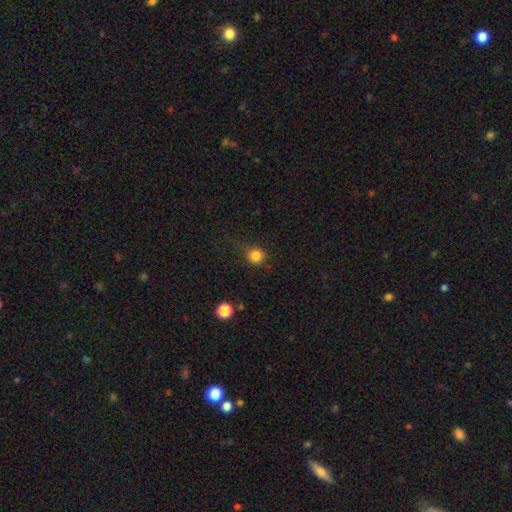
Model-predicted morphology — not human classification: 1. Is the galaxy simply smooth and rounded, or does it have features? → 82% smooth, 12% star or artifact, 5% featured or disk.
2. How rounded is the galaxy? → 89% round, 10% in between, 1% cigar-shaped.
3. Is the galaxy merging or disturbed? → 68% none, 21% minor disturbance, 8% major disturbance, 2% merger.